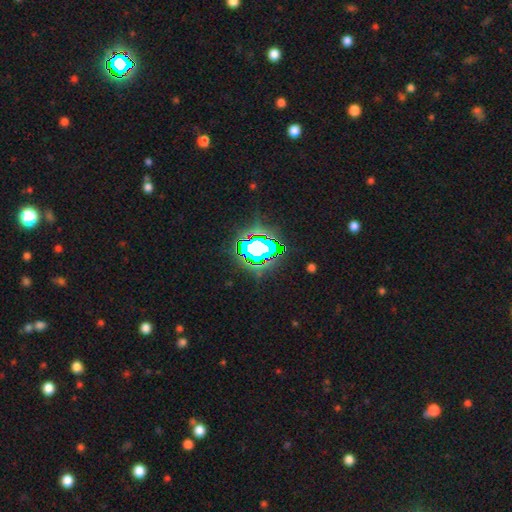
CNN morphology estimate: The model was most divided on "smooth or featured": star or artifact: 79%, smooth: 12%, featured or disk: 9%.